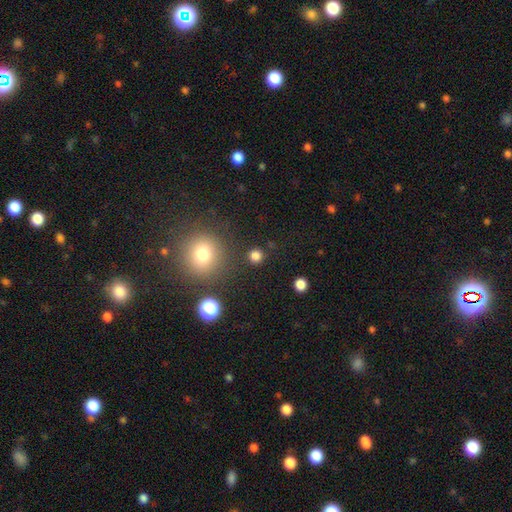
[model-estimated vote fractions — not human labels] Smooth or featured: smooth — 79% (star or artifact — 16%)
How rounded: round — 92% (in between — 7%)
Merging: none — 87% (minor disturbance — 6%)